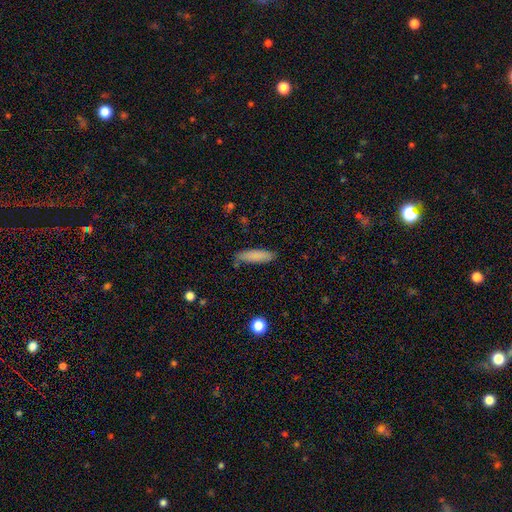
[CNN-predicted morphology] Smooth or featured? smooth (83%)
How rounded? cigar-shaped (70%)
Merging? none (81%)